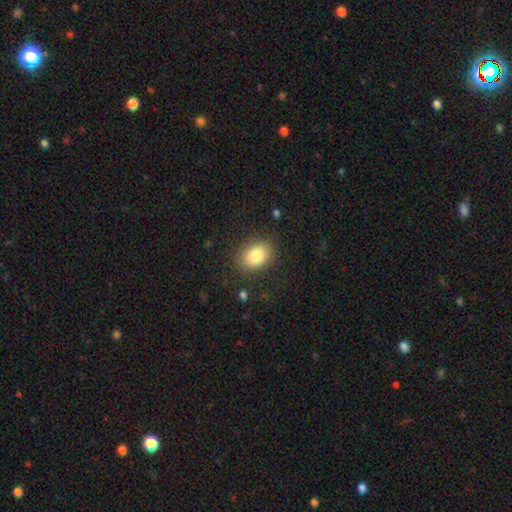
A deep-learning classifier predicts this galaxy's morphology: Smooth or featured? smooth (84%)
How rounded? in between (65%)
Merging? none (83%)